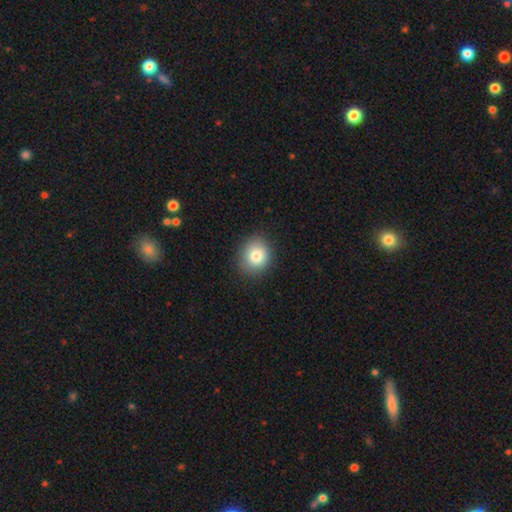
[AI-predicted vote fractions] Smooth or featured? Predicted: smooth (p=0.82). How rounded? Predicted: round (p=0.72). Merging? Predicted: none (p=0.86).